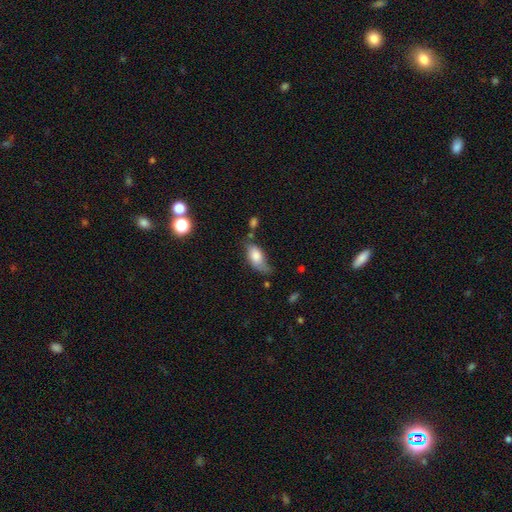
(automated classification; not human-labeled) smooth-or-featured: smooth: 72% | featured or disk: 20% | star or artifact: 8%
  how-rounded: in between: 88% | cigar-shaped: 7% | round: 4%
  merging: none: 42% | minor disturbance: 36% | major disturbance: 16% | merger: 7%